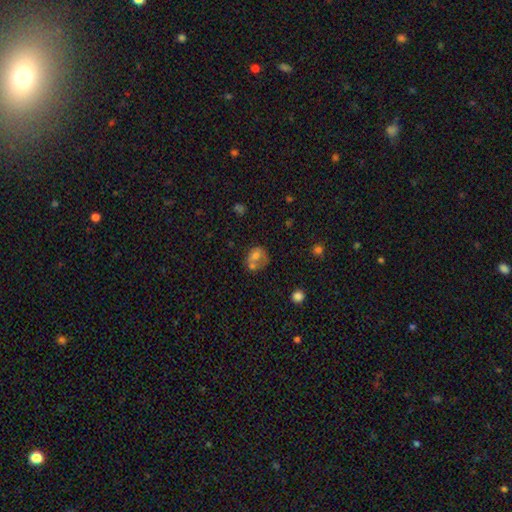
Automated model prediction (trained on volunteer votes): A smooth galaxy with no disk features (59%) that is round (55%).

Vote fractions:
- Smooth or featured? smooth: 59% / featured or disk: 30% / star or artifact: 11%
- How rounded? round: 55% / in between: 44% / cigar-shaped: 1%
- Merging? merger: 39% / none: 31% / minor disturbance: 17% / major disturbance: 13%